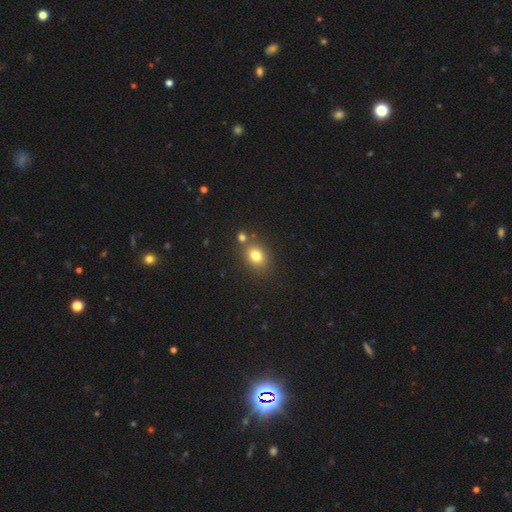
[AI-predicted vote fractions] Smooth or featured: smooth — 79% (star or artifact — 12%)
How rounded: in between — 54% (round — 45%)
Merging: none — 72% (merger — 14%)